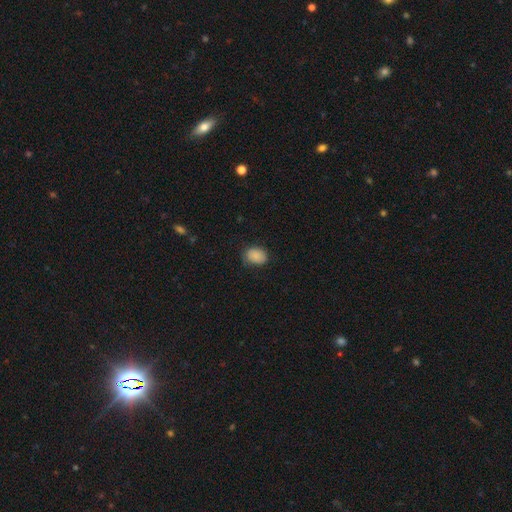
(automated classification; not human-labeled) smooth-or-featured: smooth: 87% | star or artifact: 8% | featured or disk: 4%
  how-rounded: in between: 65% | round: 34% | cigar-shaped: 1%
  merging: none: 77% | minor disturbance: 18% | major disturbance: 4% | merger: 1%